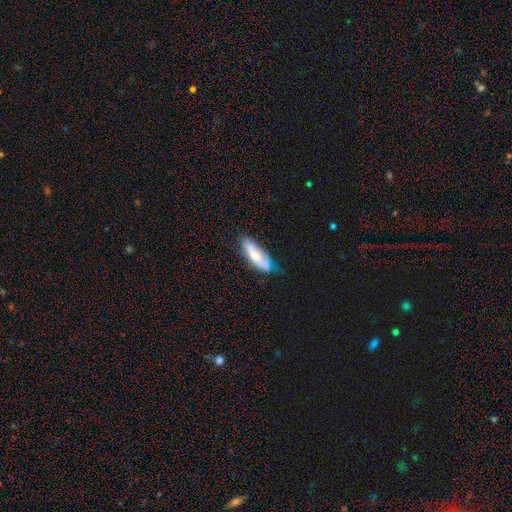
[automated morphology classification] Q: Smooth or featured?
A: smooth (53%); runner-up: featured or disk (41%)
Q: How rounded?
A: in between (66%); runner-up: cigar-shaped (32%)
Q: Merging?
A: none (57%); runner-up: minor disturbance (32%)